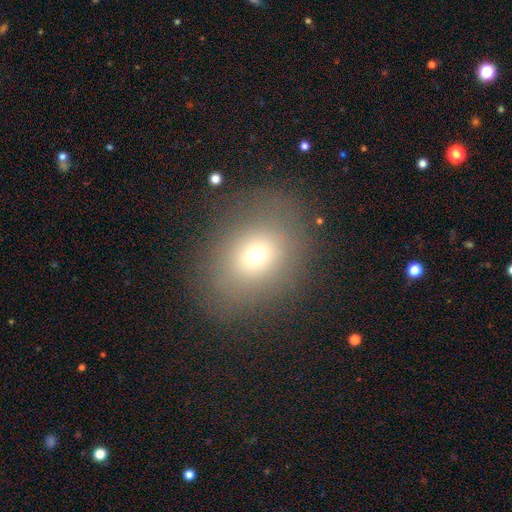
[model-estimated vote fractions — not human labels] This is likely a smooth galaxy (67%). How rounded: possibly round (52%). Merging: likely none (80%).